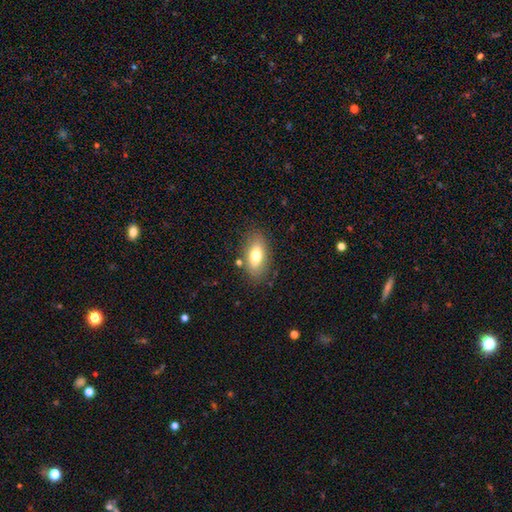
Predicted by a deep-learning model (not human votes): smooth-or-featured: smooth: 71% | featured or disk: 21% | star or artifact: 8%
  how-rounded: in between: 88% | cigar-shaped: 7% | round: 5%
  merging: none: 81% | minor disturbance: 13% | major disturbance: 4% | merger: 3%